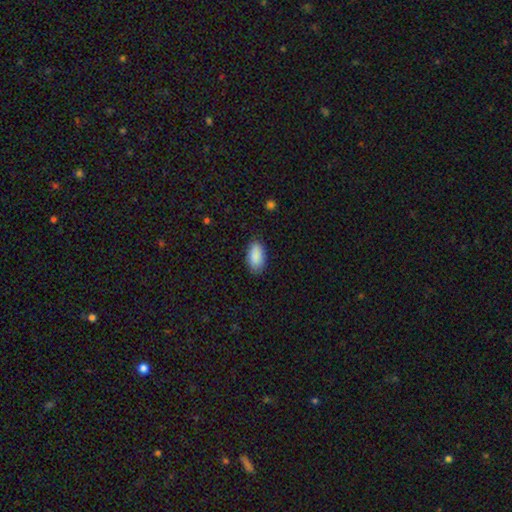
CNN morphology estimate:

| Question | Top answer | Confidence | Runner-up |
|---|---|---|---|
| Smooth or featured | smooth | 89% | star or artifact (6%) |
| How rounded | in between | 95% | round (3%) |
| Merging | none | 85% | minor disturbance (12%) |